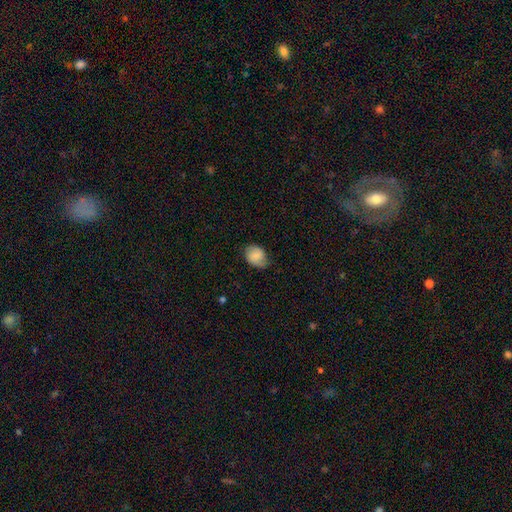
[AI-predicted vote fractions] Overall: smooth (75%). How rounded: in between (59%; round 40%). Merging: none (66%).